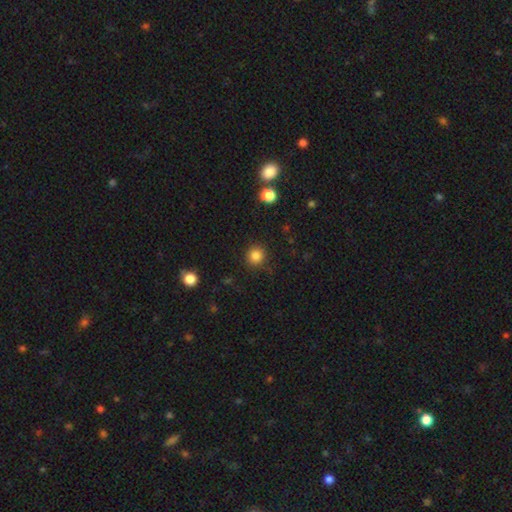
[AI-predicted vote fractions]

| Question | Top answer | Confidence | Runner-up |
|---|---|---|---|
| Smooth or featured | smooth | 84% | star or artifact (12%) |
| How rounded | round | 93% | in between (6%) |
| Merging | none | 89% | minor disturbance (7%) |